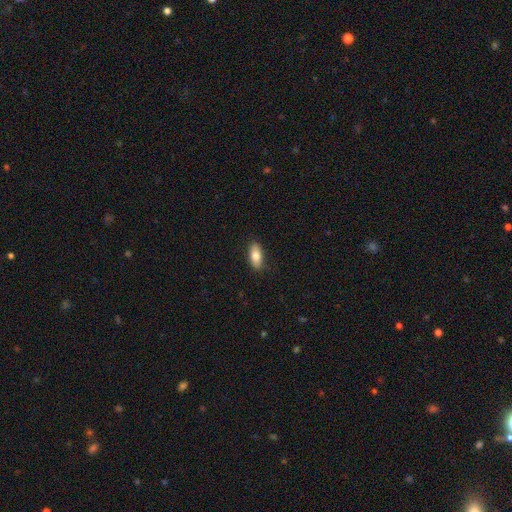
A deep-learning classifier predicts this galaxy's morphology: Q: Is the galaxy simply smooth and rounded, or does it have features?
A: smooth — 79%.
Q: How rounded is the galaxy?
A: in between — 84%.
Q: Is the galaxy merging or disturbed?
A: none — 87%.